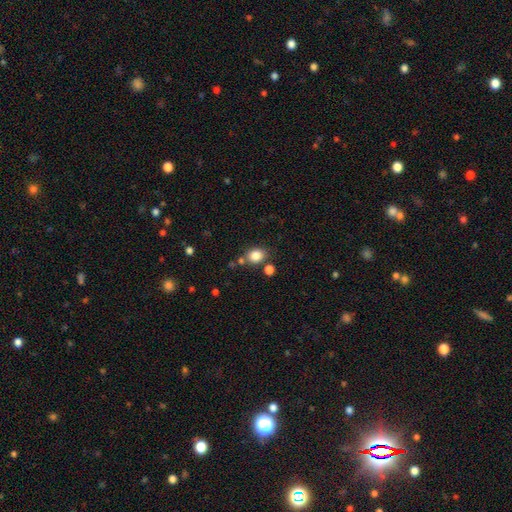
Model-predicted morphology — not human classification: Q: Smooth or featured?
A: smooth (84%); runner-up: star or artifact (11%)
Q: How rounded?
A: round (57%); runner-up: in between (42%)
Q: Merging?
A: none (73%); runner-up: minor disturbance (12%)